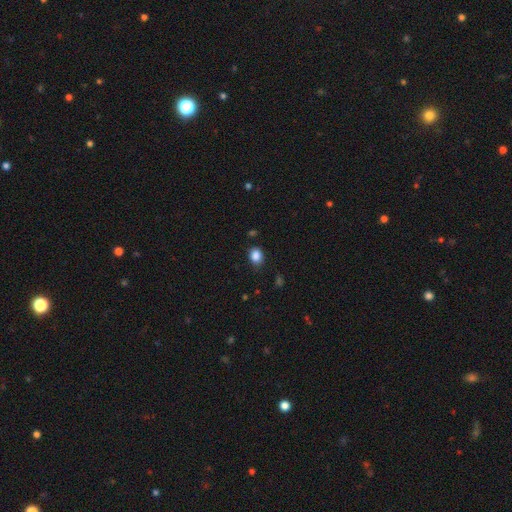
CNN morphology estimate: Overall: smooth (87%). How rounded: in between (54%; round 45%). Merging: none (83%).